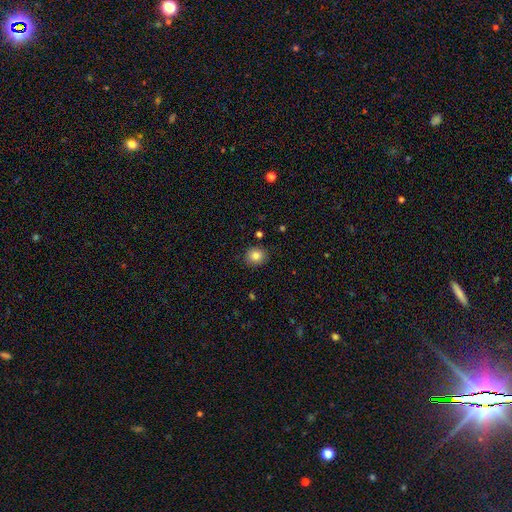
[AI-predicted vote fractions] Smooth or featured: smooth — 83% (star or artifact — 10%)
How rounded: round — 83% (in between — 16%)
Merging: none — 88% (minor disturbance — 8%)